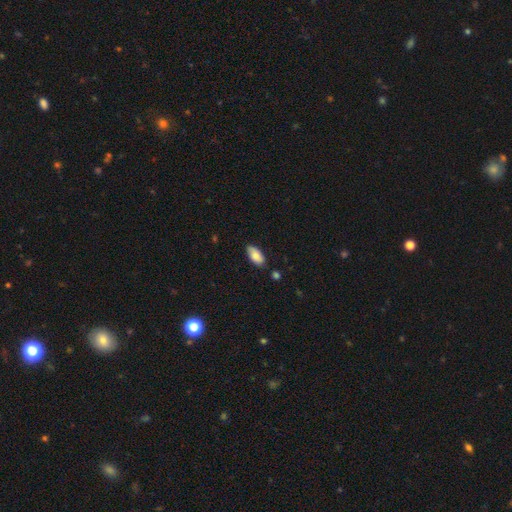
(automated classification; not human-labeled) Smooth or featured: smooth — 84% (featured or disk — 9%)
How rounded: in between — 91% (cigar-shaped — 7%)
Merging: none — 80% (minor disturbance — 16%)